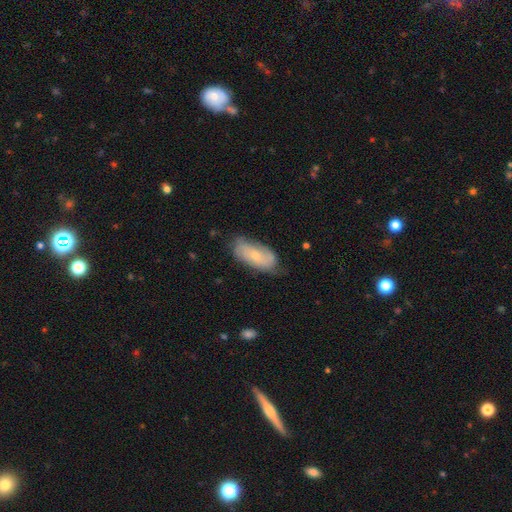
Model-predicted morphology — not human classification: A smooth galaxy with no disk features (49%). Merging: none (64%).